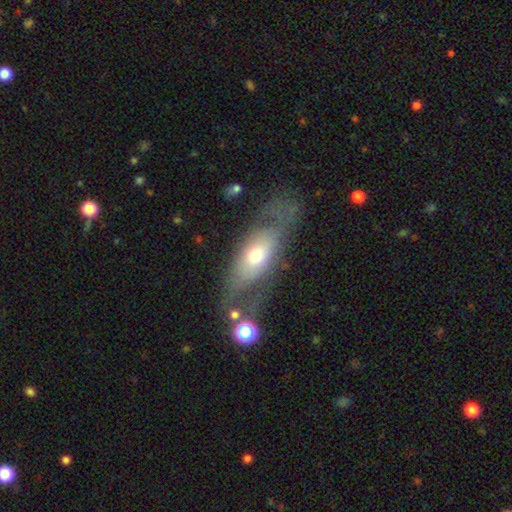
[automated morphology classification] Smooth or featured: featured or disk — 52% (smooth — 41%)
Edge-on disk: no — 73% (yes — 27%)
Merging: none — 56% (minor disturbance — 21%)